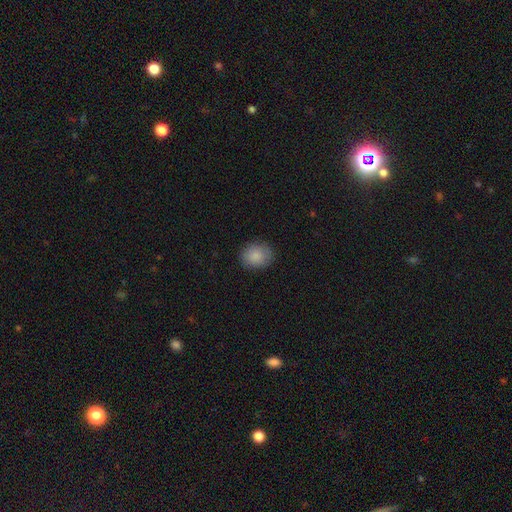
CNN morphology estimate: Smooth or featured? Predicted: smooth (p=0.87). How rounded? Predicted: round (p=0.54). Merging? Predicted: none (p=0.85).